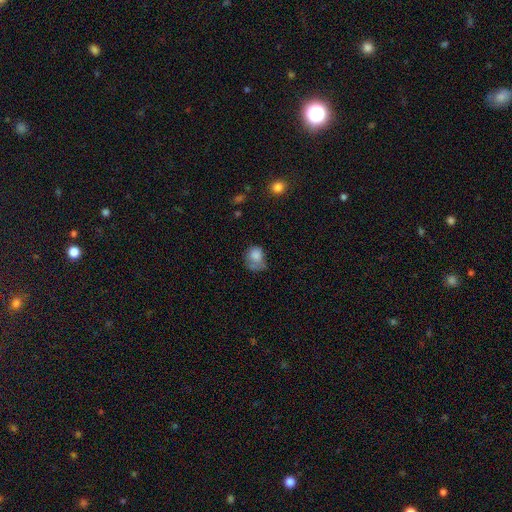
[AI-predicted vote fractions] This is likely a smooth galaxy (77%). How rounded: possibly round (58%). Merging: marginally none (31%).